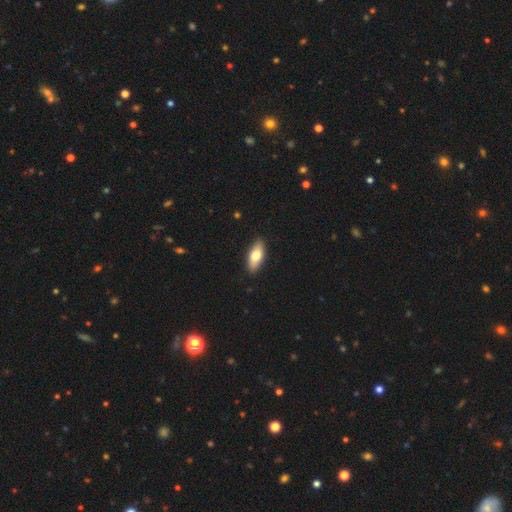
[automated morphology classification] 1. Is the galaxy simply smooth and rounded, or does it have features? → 72% smooth, 22% featured or disk, 6% star or artifact.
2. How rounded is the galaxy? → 78% in between, 19% cigar-shaped, 3% round.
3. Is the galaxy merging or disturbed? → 89% none, 8% minor disturbance, 2% major disturbance, 1% merger.